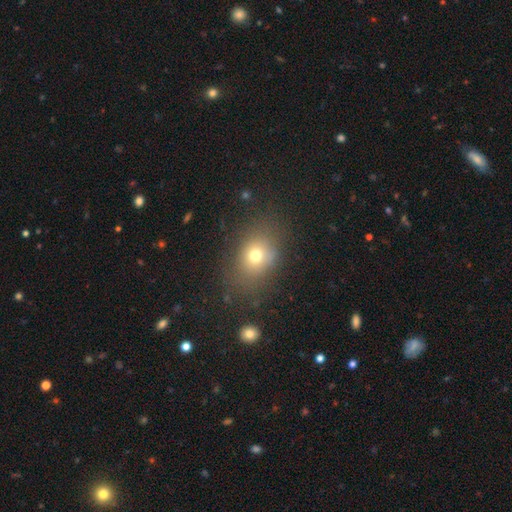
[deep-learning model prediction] This is likely a smooth galaxy (70%). How rounded: possibly in between (53%). Merging: likely none (73%).